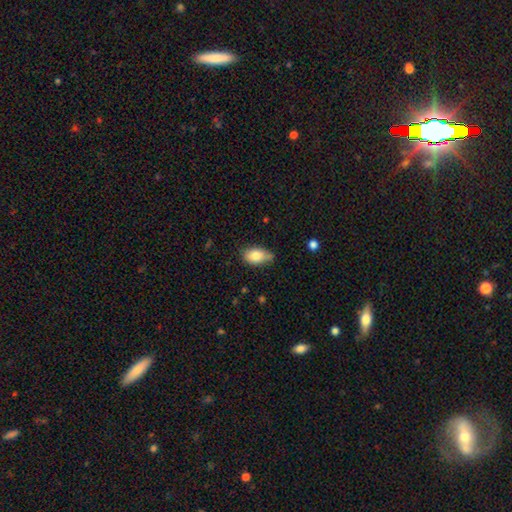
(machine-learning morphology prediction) The model was most divided on "merging": none: 59%, minor disturbance: 31%, major disturbance: 5%, merger: 4%. More confident: how rounded — in between (90%); smooth or featured — smooth (80%).